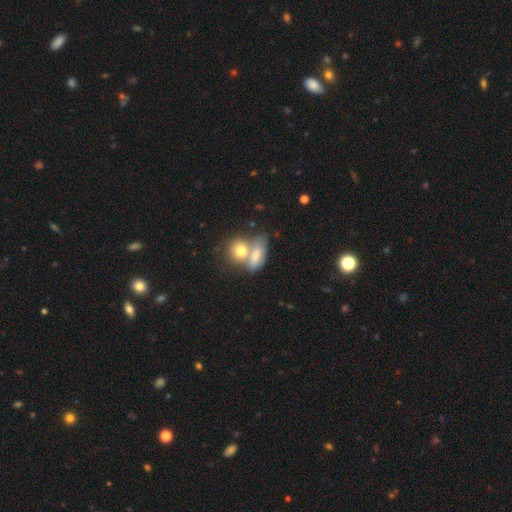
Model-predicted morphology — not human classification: This is likely a smooth galaxy (75%). How rounded: likely in between (75%). Merging: likely merger (65%).